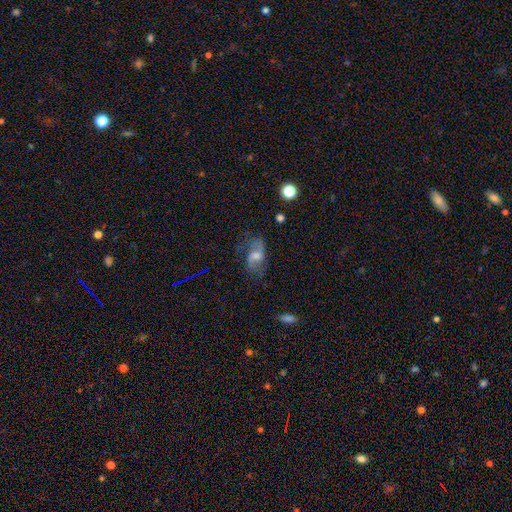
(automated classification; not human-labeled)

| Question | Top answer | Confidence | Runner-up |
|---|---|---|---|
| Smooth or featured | featured or disk | 60% | smooth (29%) |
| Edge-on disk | no | 94% | yes (6%) |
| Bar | no | 51% | weak (40%) |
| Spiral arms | yes | 82% | no (18%) |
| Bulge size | moderate | 51% | small (24%) |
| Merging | none | 53% | minor disturbance (23%) |